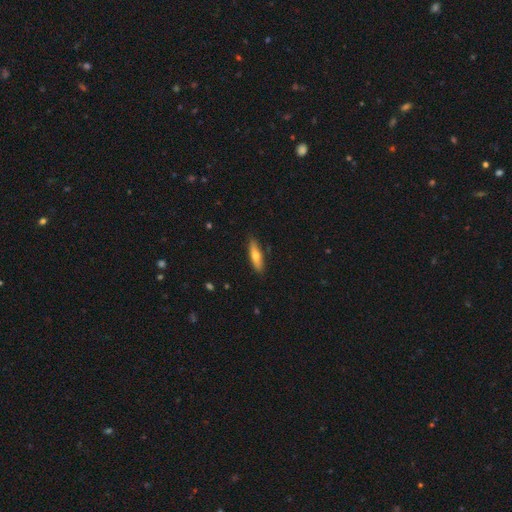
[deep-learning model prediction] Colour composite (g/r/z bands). It shows a smooth galaxy with no disk features (61%) that is cigar-shaped (68%). Merging: none (88%).